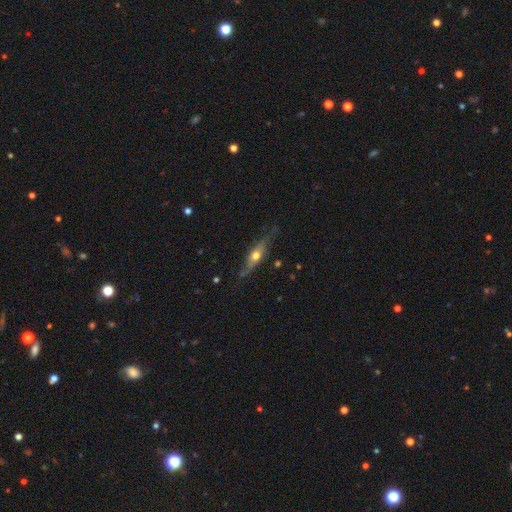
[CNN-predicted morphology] type=featured or disk (59%); edge-on=yes (68%); merging=none (64%).